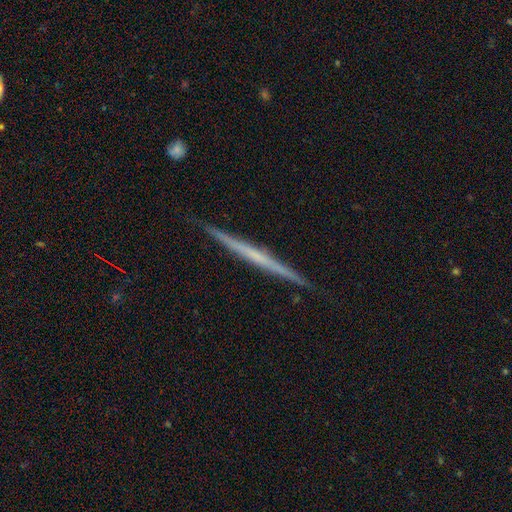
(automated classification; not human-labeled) Smooth or featured?
  - featured or disk: 69% *
  - smooth: 26%
  - star or artifact: 5%
Edge-on disk?
  - yes: 98% *
  - no: 2%
Edge-on bulge?
  - none: 76% *
  - rounded: 18%
  - boxy: 6%
Merging?
  - none: 91% *
  - minor disturbance: 6%
  - major disturbance: 1%
  - merger: 1%